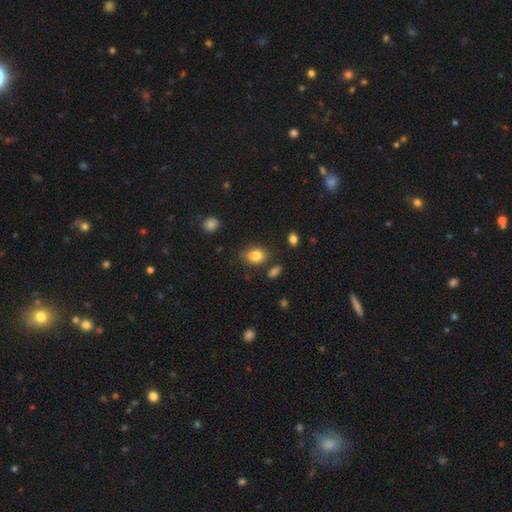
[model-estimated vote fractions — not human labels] This is clearly a smooth galaxy (83%). How rounded: likely in between (65%). Merging: likely none (68%).